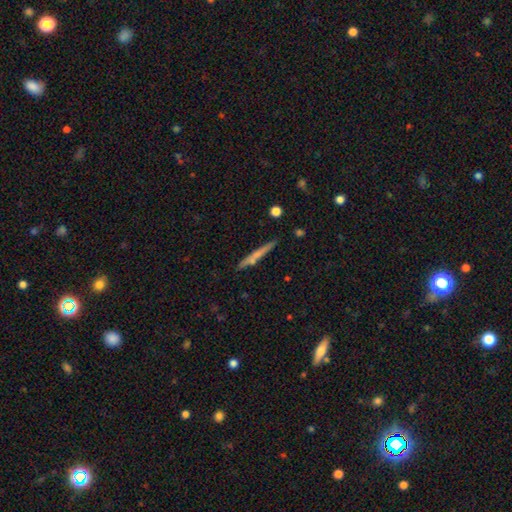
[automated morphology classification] Smooth or featured?
  - smooth: 54% *
  - featured or disk: 39%
  - star or artifact: 6%
How rounded?
  - cigar-shaped: 95% *
  - in between: 3%
  - round: 2%
Merging?
  - none: 85% *
  - minor disturbance: 10%
  - merger: 3%
  - major disturbance: 2%